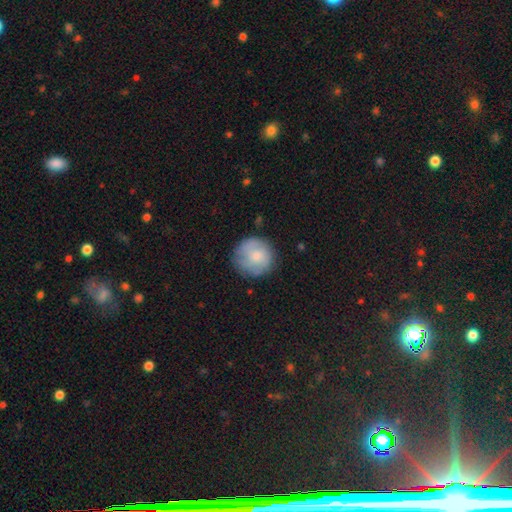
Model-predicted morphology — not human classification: This appears to be a smooth galaxy with no disk features (69%) that is round (93%). Merging: none (76%).